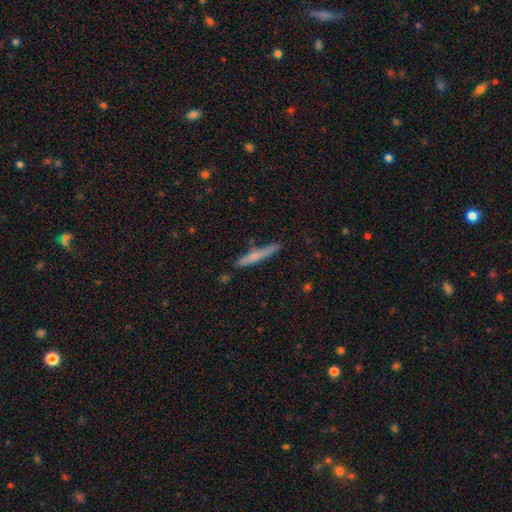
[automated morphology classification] This appears to be a smooth galaxy with no disk features (61%) that is cigar-shaped (95%). Merging: none (85%).